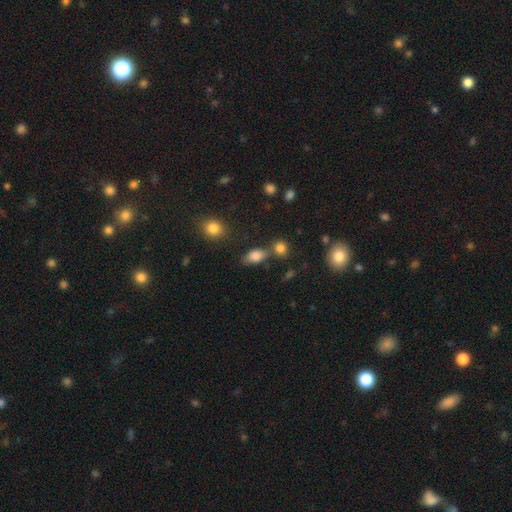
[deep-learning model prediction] Smooth or featured? smooth (81%)
How rounded? in between (82%)
Merging? none (55%)